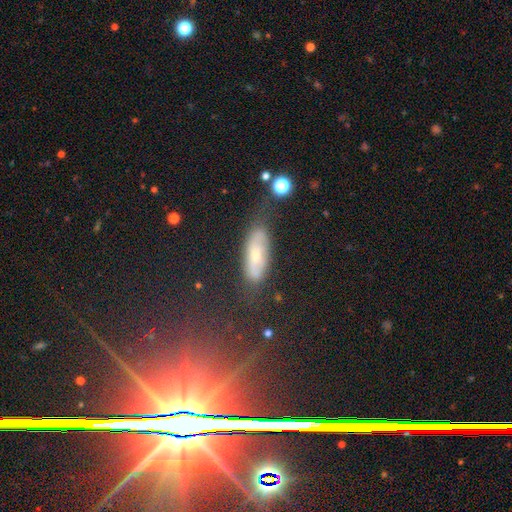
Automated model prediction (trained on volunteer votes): smooth_or_featured: featured or disk (p=0.46) [alt: smooth p=0.39]
merging: none (p=0.70) [alt: minor disturbance p=0.20]